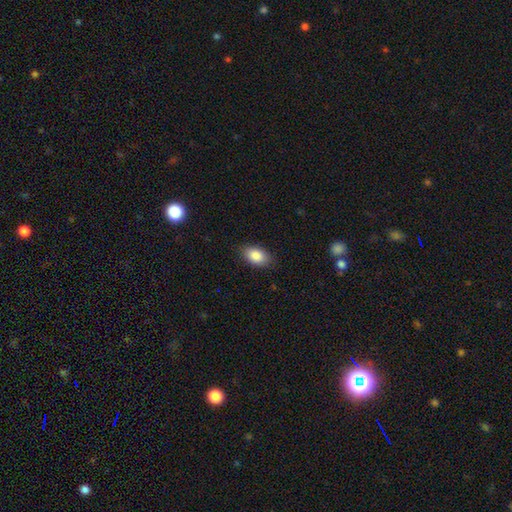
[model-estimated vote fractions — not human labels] Smooth or featured? smooth (87%)
How rounded? in between (92%)
Merging? none (85%)